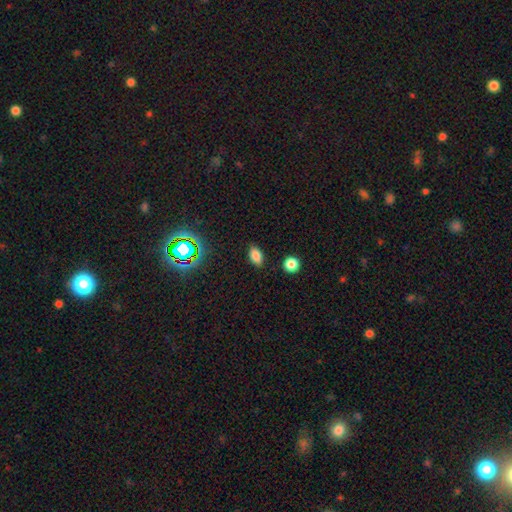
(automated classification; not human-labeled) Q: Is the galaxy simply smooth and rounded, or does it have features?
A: smooth — 80%.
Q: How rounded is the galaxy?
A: in between — 89%.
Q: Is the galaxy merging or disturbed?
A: none — 87%.